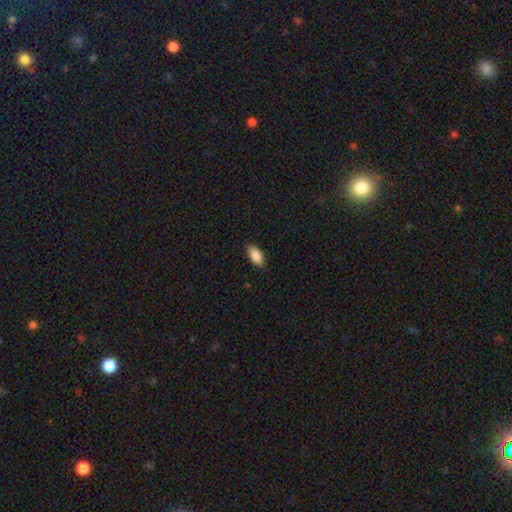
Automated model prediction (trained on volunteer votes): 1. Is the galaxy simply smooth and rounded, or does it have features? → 89% smooth, 7% star or artifact, 4% featured or disk.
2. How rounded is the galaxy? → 92% in between, 6% cigar-shaped, 2% round.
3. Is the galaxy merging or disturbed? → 87% none, 11% minor disturbance, 2% major disturbance, 1% merger.